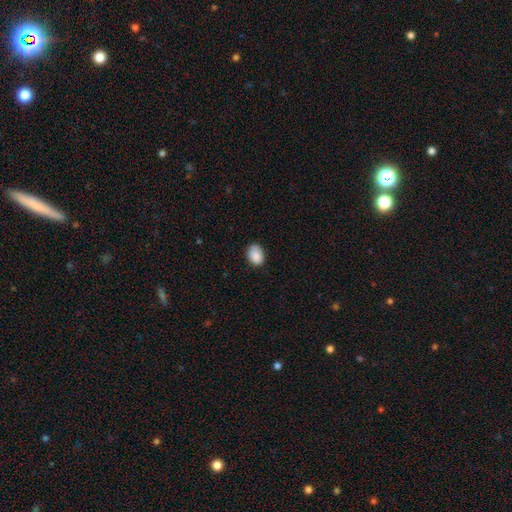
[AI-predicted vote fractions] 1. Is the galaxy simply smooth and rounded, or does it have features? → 88% smooth, 8% star or artifact, 4% featured or disk.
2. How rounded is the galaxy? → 77% in between, 22% round, 1% cigar-shaped.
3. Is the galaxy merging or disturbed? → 79% none, 17% minor disturbance, 3% major disturbance, 1% merger.